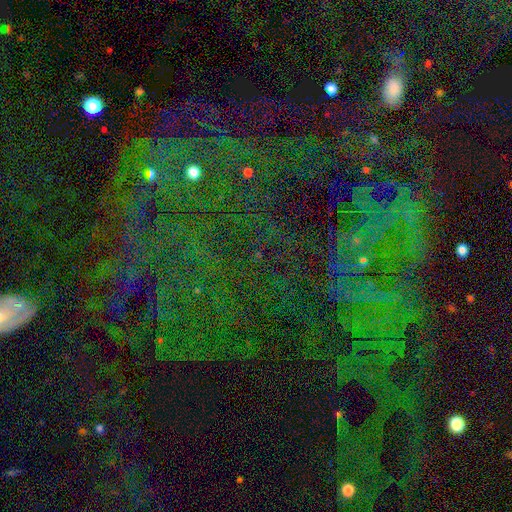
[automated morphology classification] Q: Smooth or featured?
A: star or artifact (71%); runner-up: featured or disk (15%)